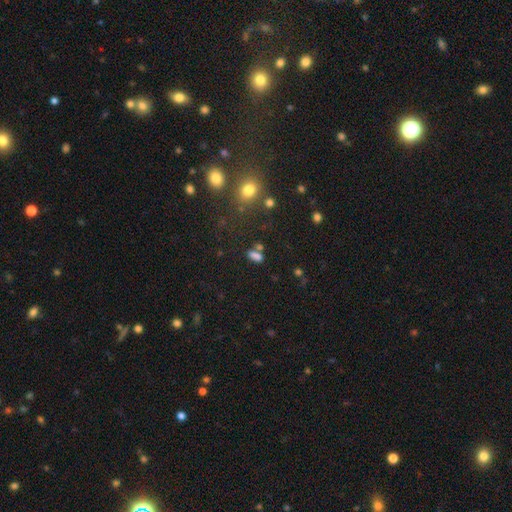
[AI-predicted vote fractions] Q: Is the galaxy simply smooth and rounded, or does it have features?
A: smooth — 73%.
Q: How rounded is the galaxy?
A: in between — 78%.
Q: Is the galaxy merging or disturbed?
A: none — 61%.